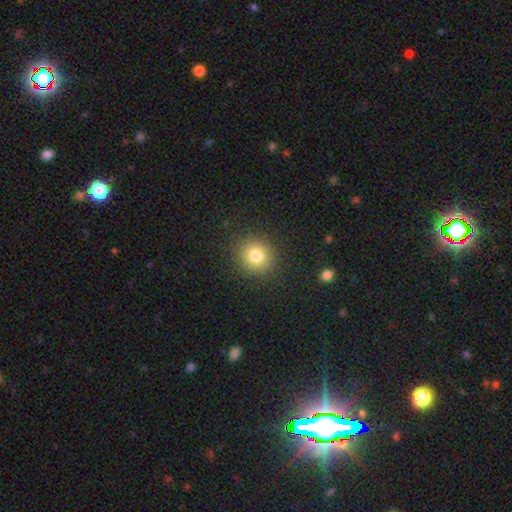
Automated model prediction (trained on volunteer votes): A smooth galaxy with no disk features (80%) that is round (84%).

Vote fractions:
- Smooth or featured? smooth: 80% / star or artifact: 12% / featured or disk: 8%
- How rounded? round: 84% / in between: 15% / cigar-shaped: 1%
- Merging? none: 90% / minor disturbance: 7% / major disturbance: 3% / merger: 1%